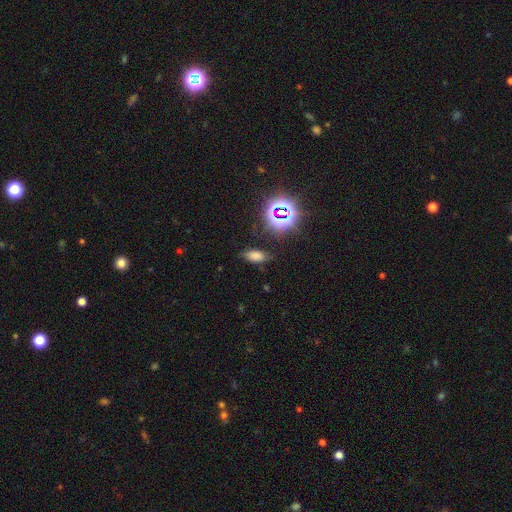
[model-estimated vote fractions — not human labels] Overall: smooth (66%; star or artifact 26%). How rounded: in between (85%). Merging: none (78%).